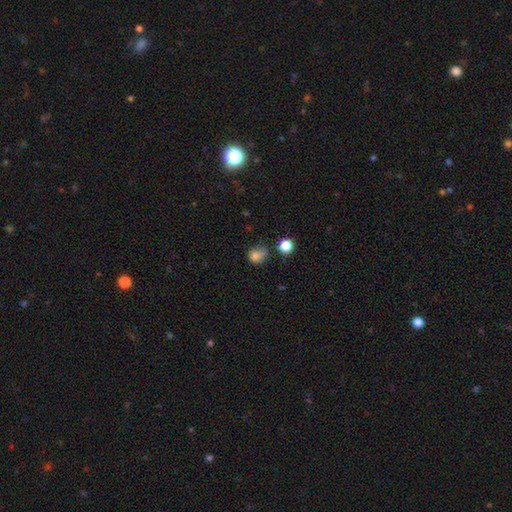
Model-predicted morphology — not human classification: The model was most divided on "merging": none: 46%, minor disturbance: 26%, merger: 16%, major disturbance: 12%. More confident: smooth or featured — smooth (78%); how rounded — round (73%).